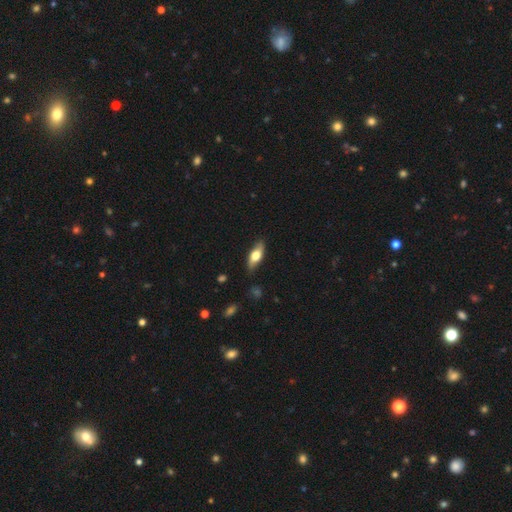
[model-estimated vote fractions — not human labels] Smooth or featured? smooth (58%)
How rounded? in between (70%)
Merging? none (82%)